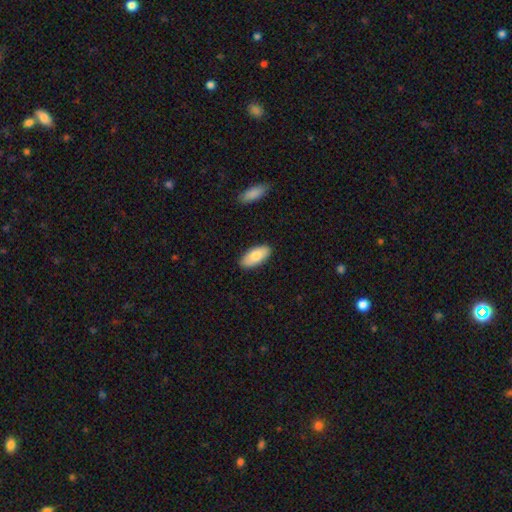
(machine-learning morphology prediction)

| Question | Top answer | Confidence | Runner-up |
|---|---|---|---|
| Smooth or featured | smooth | 80% | featured or disk (14%) |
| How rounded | in between | 90% | cigar-shaped (8%) |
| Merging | none | 89% | minor disturbance (8%) |